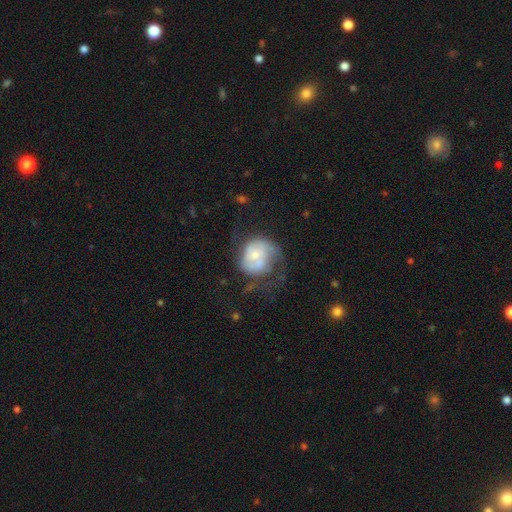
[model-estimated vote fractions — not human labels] Overall: featured or disk (55%; smooth 38%). Edge-on disk: no (98%). Bar: no (73%). Spiral arms: yes (68%; no 32%). Bulge size: small (46%; moderate 37%). Merging: major disturbance (35%; none 32%).